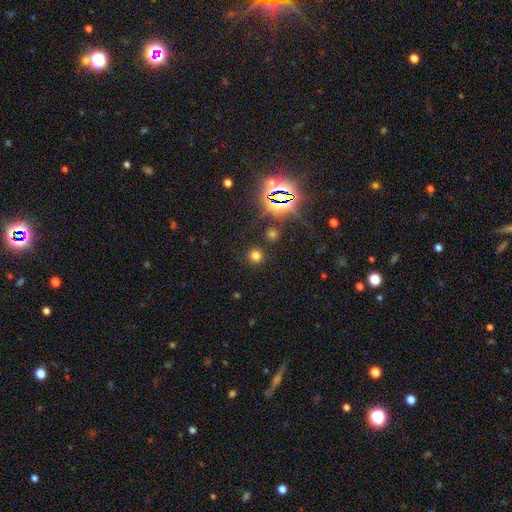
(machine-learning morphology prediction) smooth_or_featured: smooth (p=0.68) [alt: star or artifact p=0.26]
how_rounded: round (p=0.92) [alt: in between p=0.06]
merging: none (p=0.87) [alt: minor disturbance p=0.06]